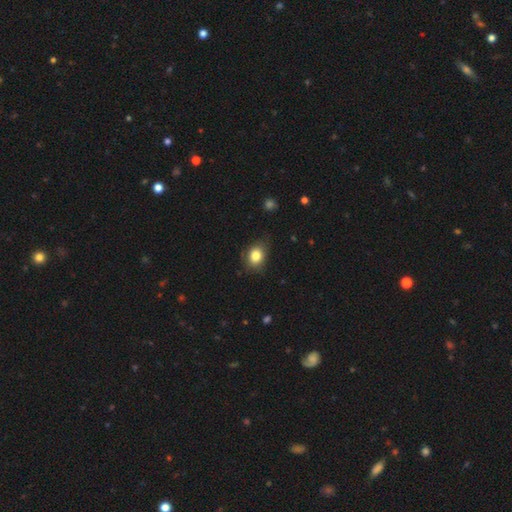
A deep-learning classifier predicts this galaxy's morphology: smooth_or_featured: smooth (p=0.83) [alt: star or artifact p=0.10]
how_rounded: in between (p=0.54) [alt: round p=0.45]
merging: none (p=0.70) [alt: minor disturbance p=0.24]